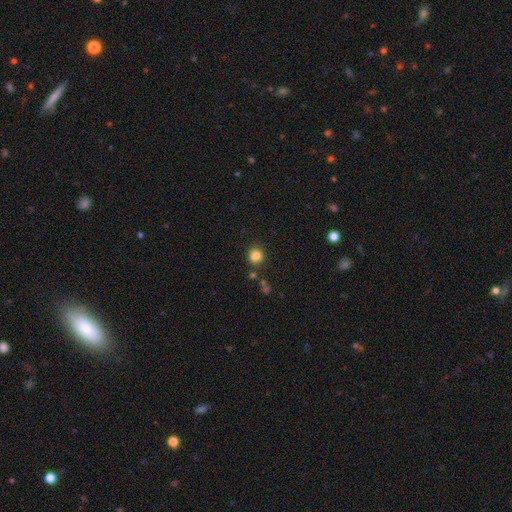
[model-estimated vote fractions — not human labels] Smooth or featured: smooth — 84% (star or artifact — 12%)
How rounded: round — 83% (in between — 16%)
Merging: none — 80% (minor disturbance — 11%)